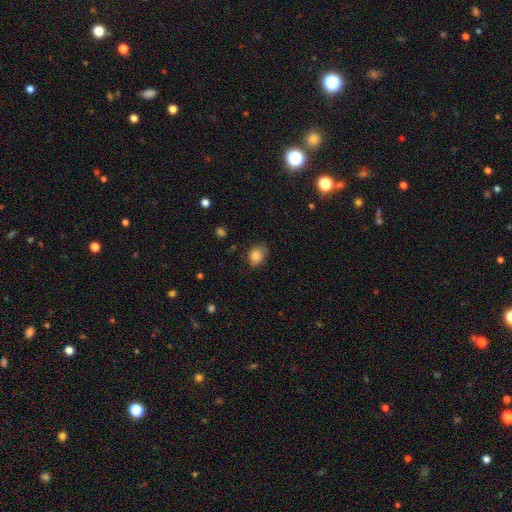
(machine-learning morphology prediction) Smooth or featured? smooth (83%)
How rounded? in between (51%)
Merging? none (70%)